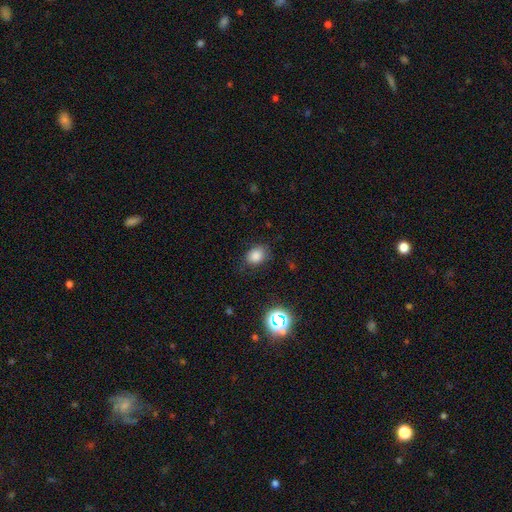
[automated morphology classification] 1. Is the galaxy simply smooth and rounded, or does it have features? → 81% smooth, 13% star or artifact, 5% featured or disk.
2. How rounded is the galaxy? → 62% in between, 37% round, 1% cigar-shaped.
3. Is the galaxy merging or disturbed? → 77% none, 17% minor disturbance, 5% major disturbance, 1% merger.